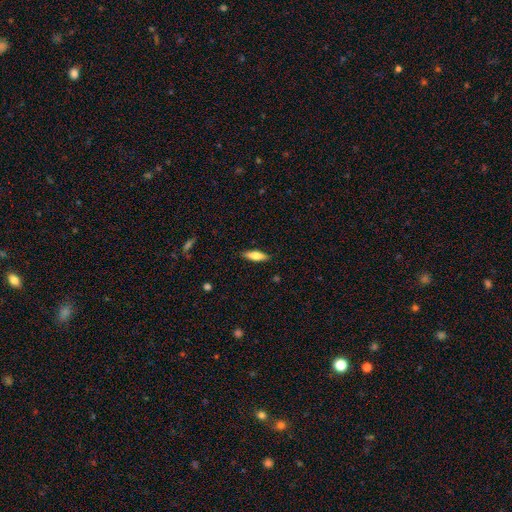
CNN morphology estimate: A smooth galaxy with no disk features (71%) that is in between round and cigar-shaped (51%).

Vote fractions:
- Smooth or featured? smooth: 71% / featured or disk: 23% / star or artifact: 6%
- How rounded? in between: 51% / cigar-shaped: 47% / round: 2%
- Merging? none: 88% / minor disturbance: 9% / major disturbance: 2% / merger: 1%